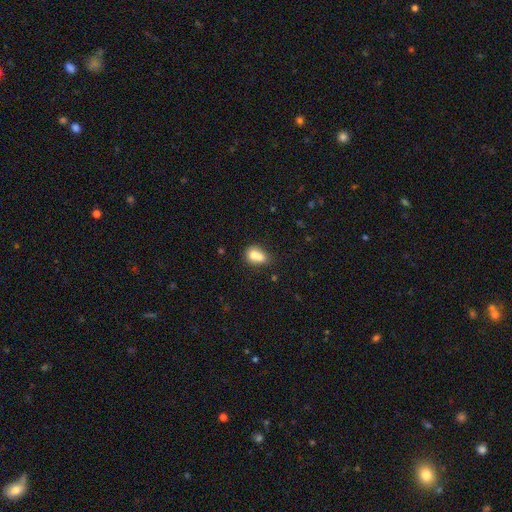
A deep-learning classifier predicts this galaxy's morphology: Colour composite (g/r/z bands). It shows a smooth galaxy with no disk features (71%) that is in between round and cigar-shaped (50%). Merging: merger (63%).